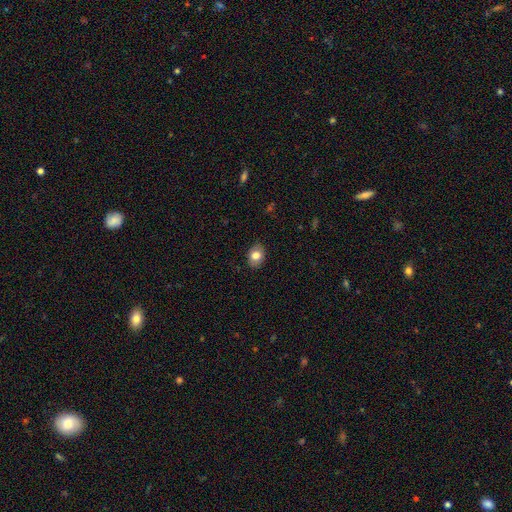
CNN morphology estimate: smooth_or_featured: smooth (p=0.79) [alt: featured or disk p=0.12]
how_rounded: in between (p=0.70) [alt: round p=0.29]
merging: none (p=0.86) [alt: minor disturbance p=0.11]